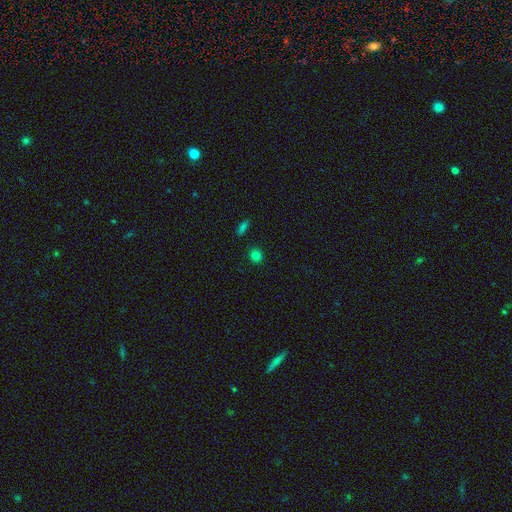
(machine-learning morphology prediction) The model was most divided on "how rounded": round: 83%, in between: 16%, cigar-shaped: 1%. More confident: merging — none (88%); smooth or featured — smooth (81%).